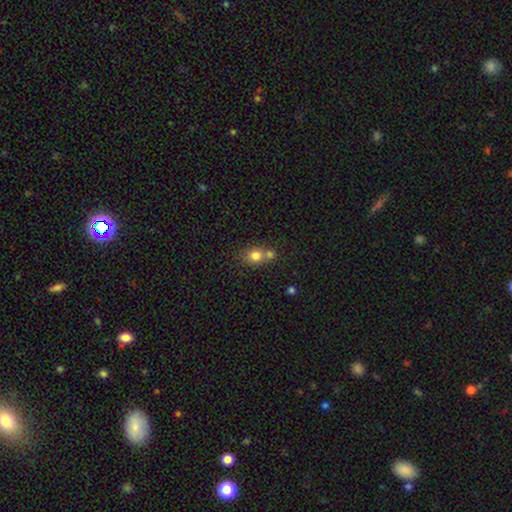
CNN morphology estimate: Smooth or featured?
  - smooth: 79% *
  - star or artifact: 11%
  - featured or disk: 10%
How rounded?
  - round: 67% *
  - in between: 32%
  - cigar-shaped: 1%
Merging?
  - merger: 45% *
  - none: 42%
  - minor disturbance: 10%
  - major disturbance: 3%